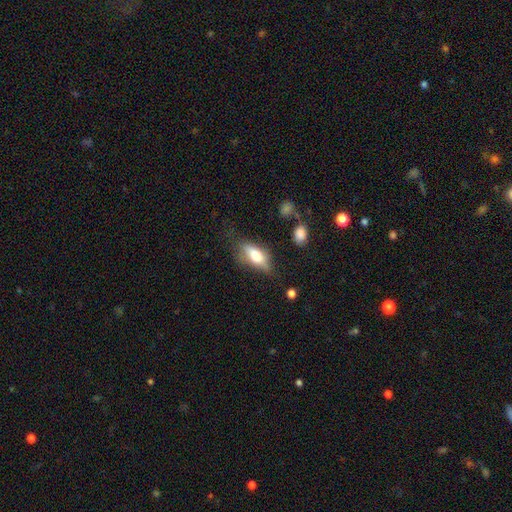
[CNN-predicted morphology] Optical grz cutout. It shows a smooth galaxy with no disk features (62%) that is in between round and cigar-shaped (75%). Merging: none (51%).